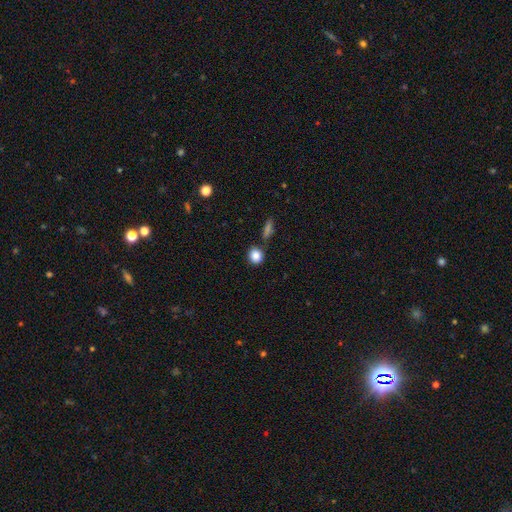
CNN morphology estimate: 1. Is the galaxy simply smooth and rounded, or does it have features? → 87% smooth, 9% star or artifact, 4% featured or disk.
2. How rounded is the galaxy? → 81% round, 18% in between, 2% cigar-shaped.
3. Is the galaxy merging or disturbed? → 80% none, 10% minor disturbance, 7% merger, 3% major disturbance.